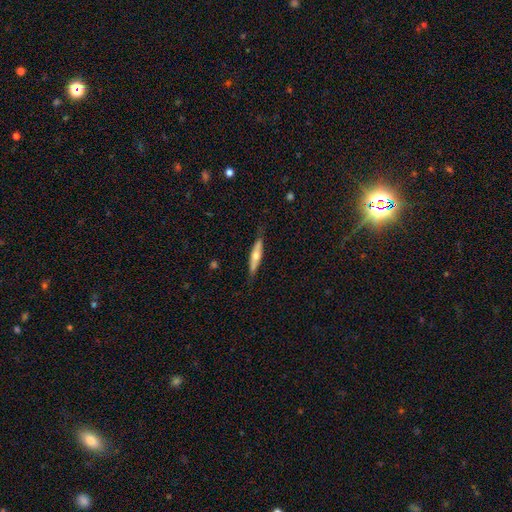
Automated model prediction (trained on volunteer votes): This appears to be a featured or disk galaxy (51%) viewed edge-on (90%). Merging: none (81%).